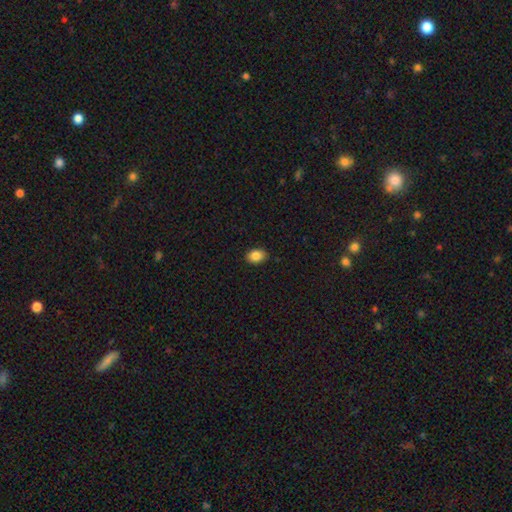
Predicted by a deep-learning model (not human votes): Smooth or featured: smooth — 86% (star or artifact — 9%)
How rounded: in between — 74% (round — 25%)
Merging: none — 89% (minor disturbance — 8%)